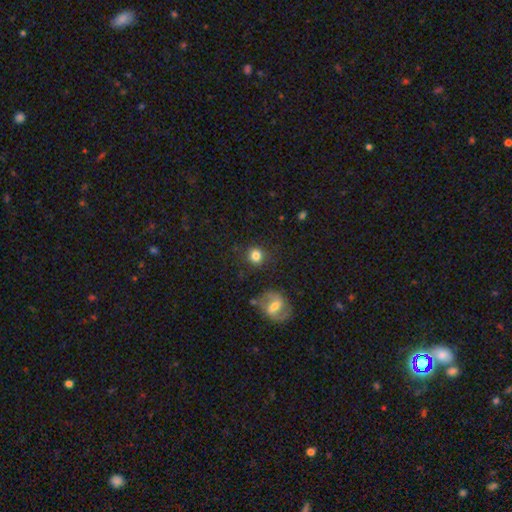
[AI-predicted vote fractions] Smooth or featured? smooth (81%)
How rounded? round (89%)
Merging? none (84%)